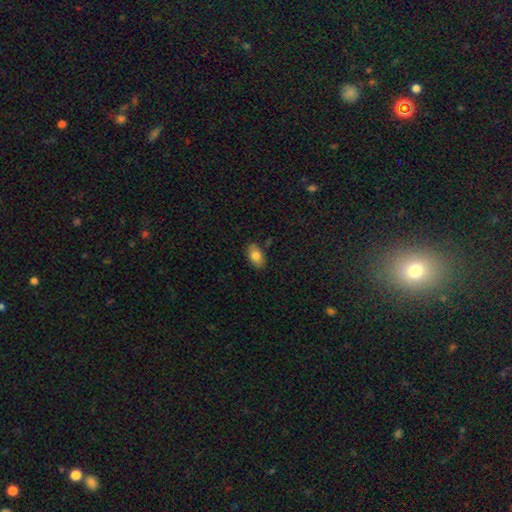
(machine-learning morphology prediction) smooth-or-featured: smooth: 81% | featured or disk: 11% | star or artifact: 8%
  how-rounded: in between: 91% | round: 6% | cigar-shaped: 2%
  merging: none: 82% | minor disturbance: 13% | major disturbance: 3% | merger: 2%